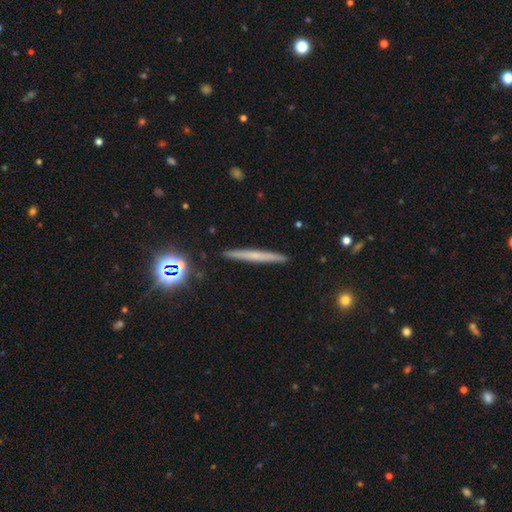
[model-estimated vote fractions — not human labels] Morphology: type=smooth (46%); merging=none (92%).